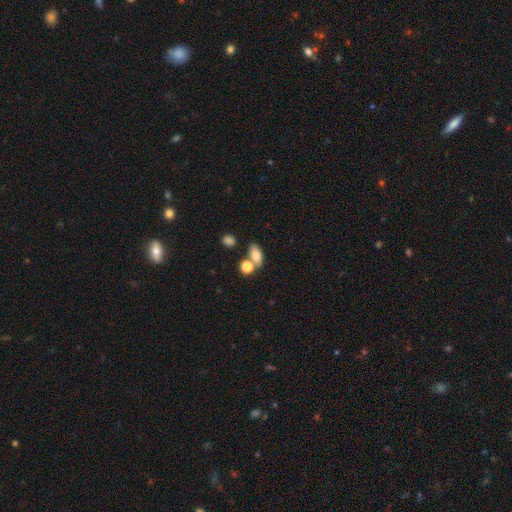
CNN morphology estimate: Smooth or featured: smooth — 78% (featured or disk — 11%)
How rounded: in between — 82% (round — 14%)
Merging: none — 50% (merger — 32%)